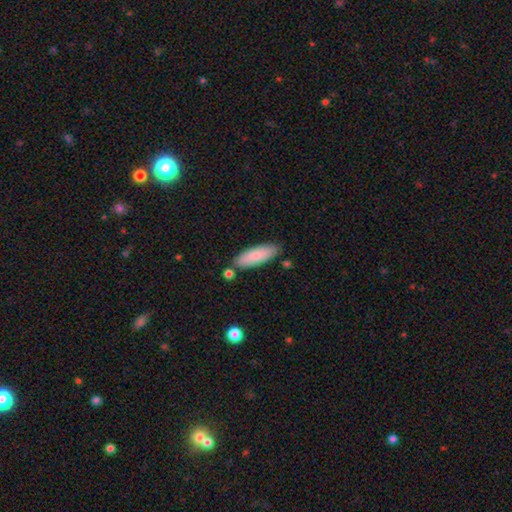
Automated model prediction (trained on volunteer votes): A smooth galaxy with no disk features (84%) that is in between round and cigar-shaped (56%).

Vote fractions:
- Smooth or featured? smooth: 84% / featured or disk: 10% / star or artifact: 6%
- How rounded? in between: 56% / cigar-shaped: 43% / round: 2%
- Merging? none: 80% / minor disturbance: 12% / merger: 5% / major disturbance: 2%